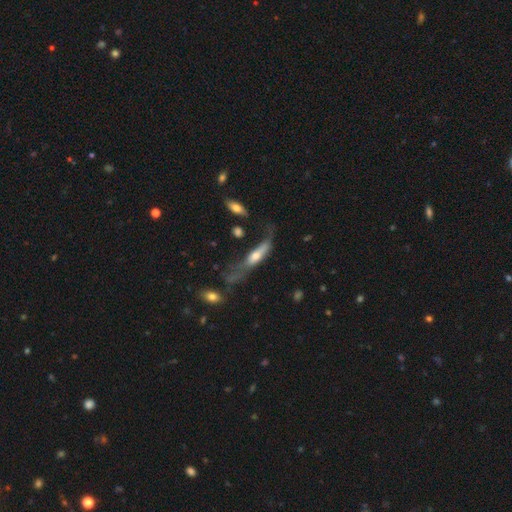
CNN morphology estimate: smooth-or-featured: smooth: 48% | featured or disk: 45% | star or artifact: 8%
  merging: major disturbance: 41% | none: 26% | minor disturbance: 25% | merger: 8%